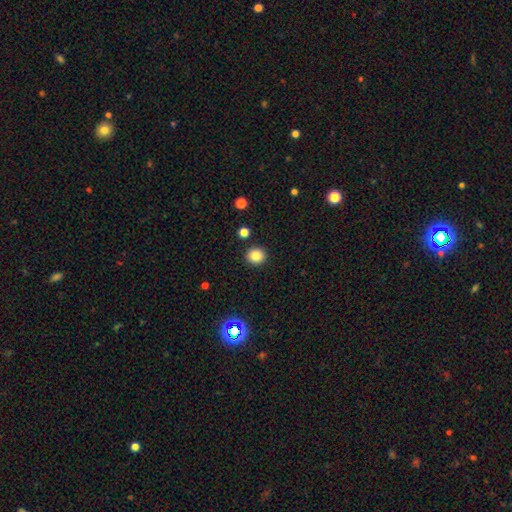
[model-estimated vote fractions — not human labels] Smooth or featured? Predicted: smooth (p=0.84). How rounded? Predicted: round (p=0.87). Merging? Predicted: none (p=0.91).